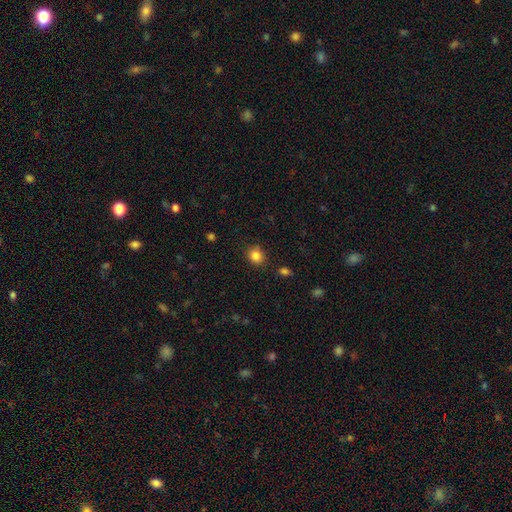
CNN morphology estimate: This appears to be a smooth galaxy with no disk features (84%) that is round (75%). Merging: none (85%).